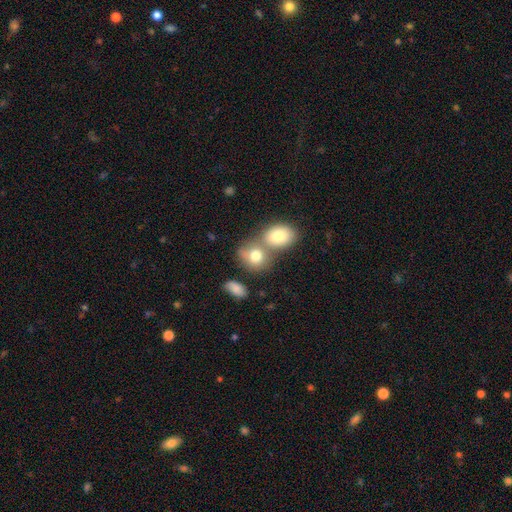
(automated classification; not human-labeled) This appears to be a smooth galaxy with no disk features (77%) that is round (55%). Merging: merger (50%).